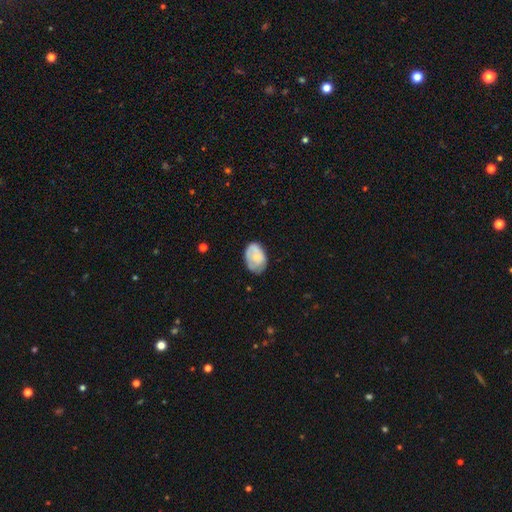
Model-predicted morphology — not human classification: A smooth galaxy with no disk features (62%) that is in between round and cigar-shaped (83%). Merging: none (64%).